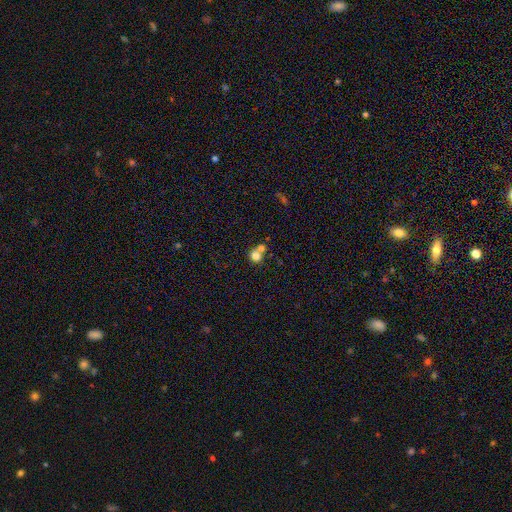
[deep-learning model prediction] Smooth or featured? Predicted: smooth (p=0.77). How rounded? Predicted: round (p=0.82). Merging? Predicted: merger (p=0.48).